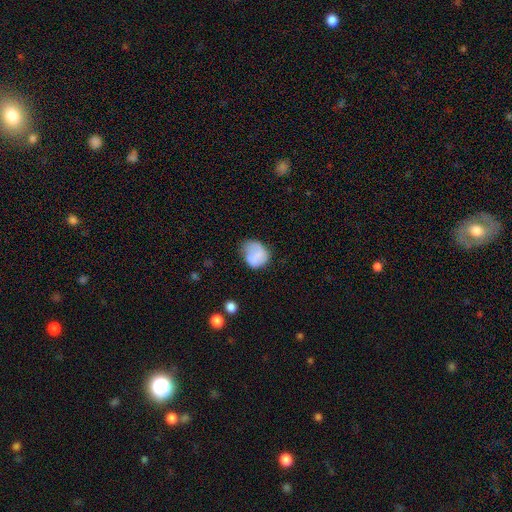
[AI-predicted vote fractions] Morphology: type=smooth (76%); roundness=round (54%); merging=none (47%).